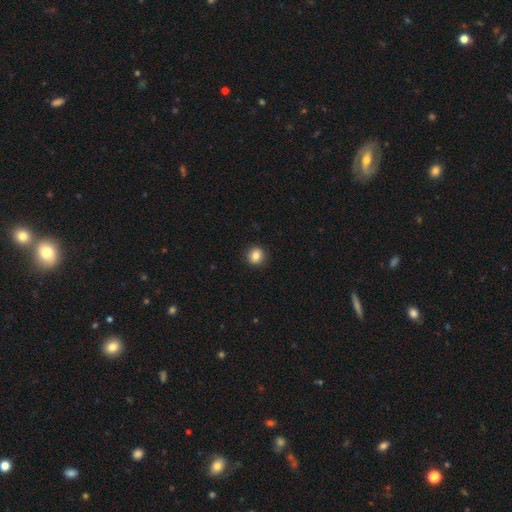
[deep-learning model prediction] Overall: smooth (84%). How rounded: round (83%). Merging: none (91%).